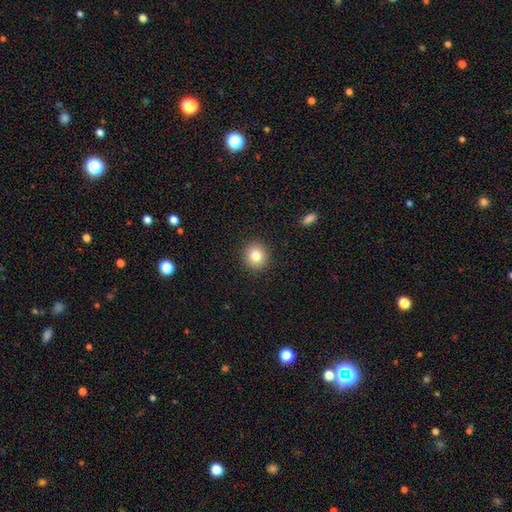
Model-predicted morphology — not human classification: smooth_or_featured: smooth (p=0.82) [alt: star or artifact p=0.10]
how_rounded: round (p=0.87) [alt: in between p=0.12]
merging: none (p=0.91) [alt: minor disturbance p=0.06]